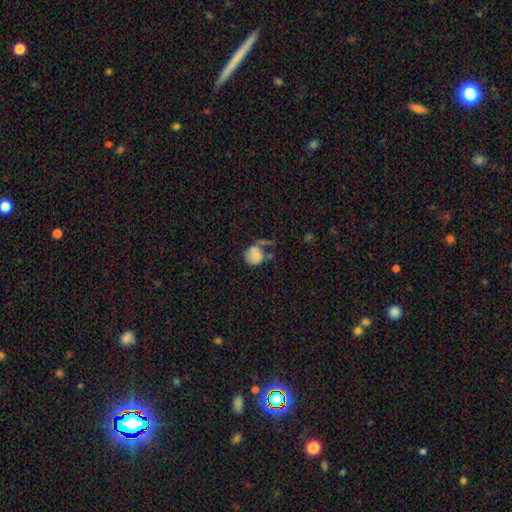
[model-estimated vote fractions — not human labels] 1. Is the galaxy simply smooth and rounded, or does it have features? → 72% smooth, 19% featured or disk, 10% star or artifact.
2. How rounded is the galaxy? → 70% round, 29% in between, 1% cigar-shaped.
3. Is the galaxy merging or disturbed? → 34% none, 24% minor disturbance, 23% major disturbance, 19% merger.